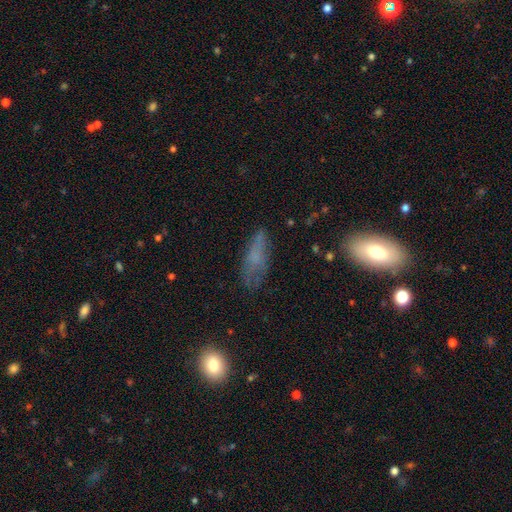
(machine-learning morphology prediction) smooth-or-featured: smooth: 58% | featured or disk: 29% | star or artifact: 14%
  how-rounded: in between: 66% | cigar-shaped: 29% | round: 4%
  merging: none: 58% | minor disturbance: 26% | major disturbance: 13% | merger: 3%